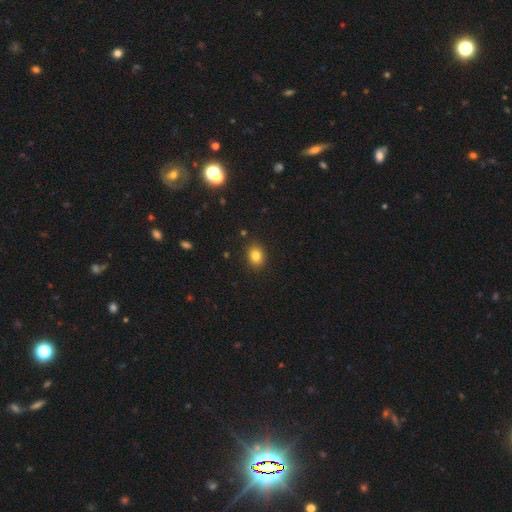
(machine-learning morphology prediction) This appears to be a smooth galaxy with no disk features (82%) that is in between round and cigar-shaped (58%). Merging: none (88%).